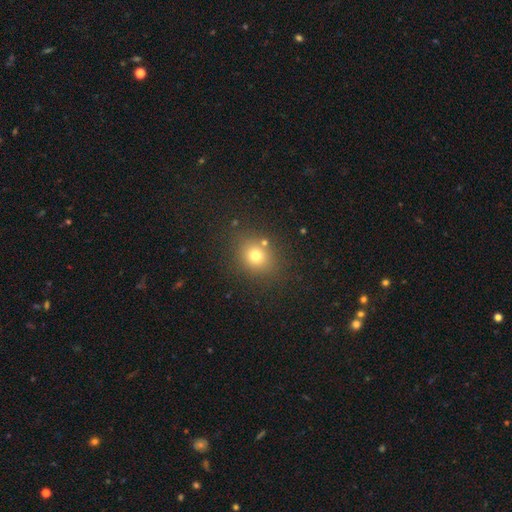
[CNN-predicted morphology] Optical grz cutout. It shows a smooth galaxy with no disk features (73%) that is round (70%). Merging: none (80%).